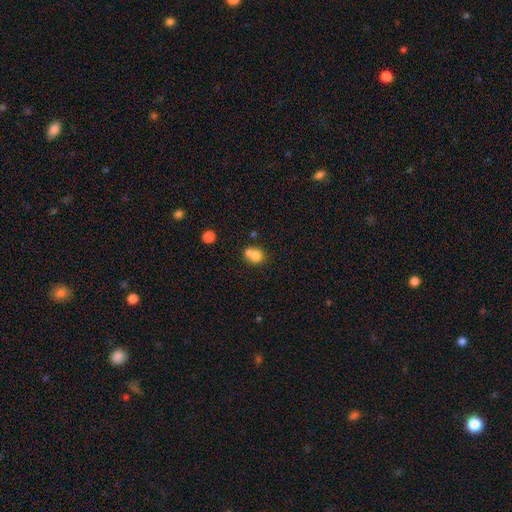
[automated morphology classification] Q: Smooth or featured?
A: smooth (74%); runner-up: featured or disk (15%)
Q: How rounded?
A: round (76%); runner-up: in between (23%)
Q: Merging?
A: merger (56%); runner-up: none (35%)